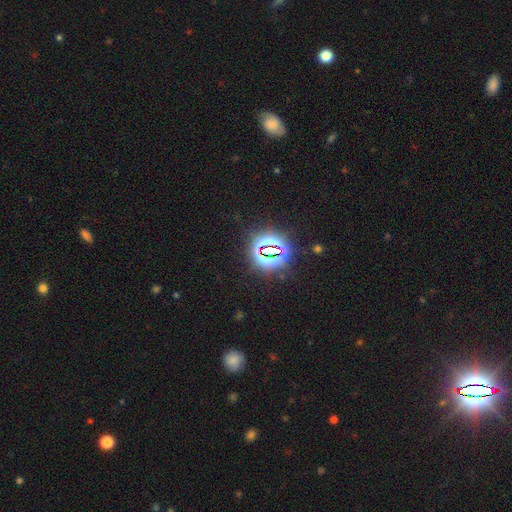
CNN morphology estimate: smooth_or_featured: star or artifact (p=0.81) [alt: smooth p=0.12]